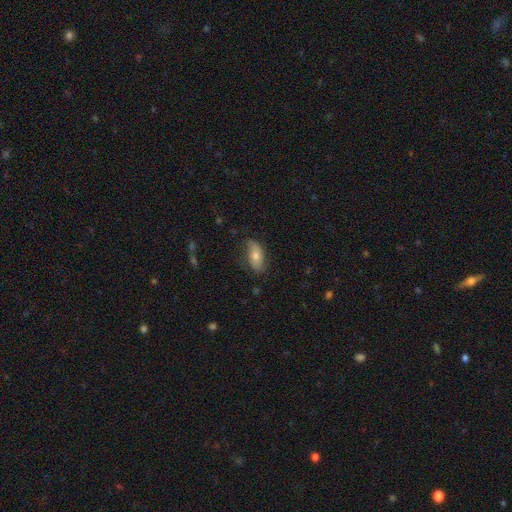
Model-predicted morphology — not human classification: Smooth or featured? smooth (60%)
How rounded? in between (87%)
Merging? none (72%)